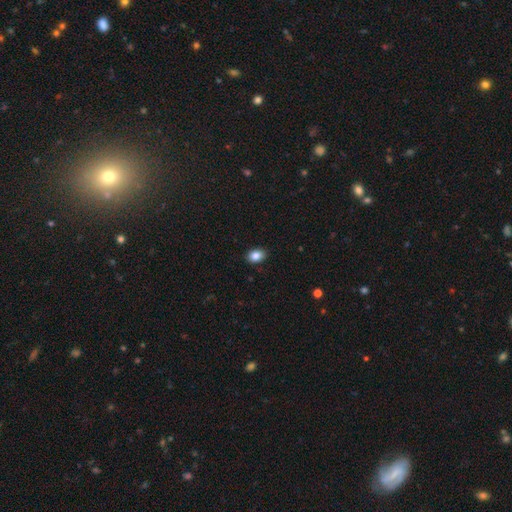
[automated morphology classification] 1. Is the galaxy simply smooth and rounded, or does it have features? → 86% smooth, 9% star or artifact, 5% featured or disk.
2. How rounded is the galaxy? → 82% in between, 17% round, 1% cigar-shaped.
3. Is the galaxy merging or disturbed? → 89% none, 9% minor disturbance, 2% major disturbance, 1% merger.